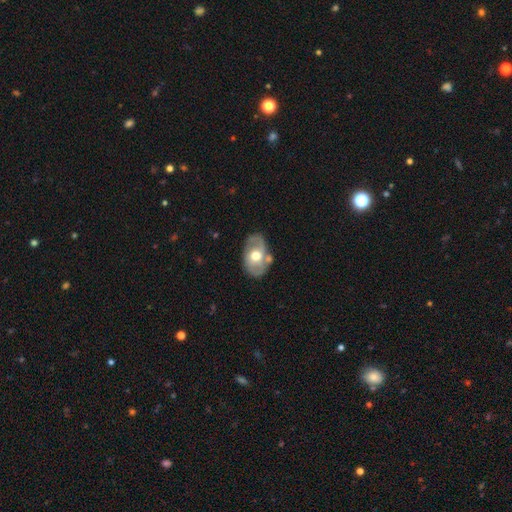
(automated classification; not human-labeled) Smooth or featured? Predicted: featured or disk (p=0.62). Edge-on disk? Predicted: no (p=0.94). Bar? Predicted: no (p=0.68). Spiral arms? Predicted: yes (p=0.61). Bulge size? Predicted: moderate (p=0.74). Merging? Predicted: none (p=0.66).